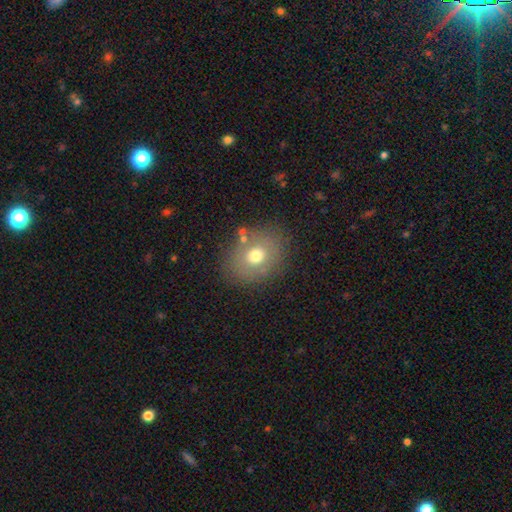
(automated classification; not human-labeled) Smooth or featured: smooth — 67% (featured or disk — 19%)
How rounded: round — 53% (in between — 46%)
Merging: none — 80% (minor disturbance — 12%)